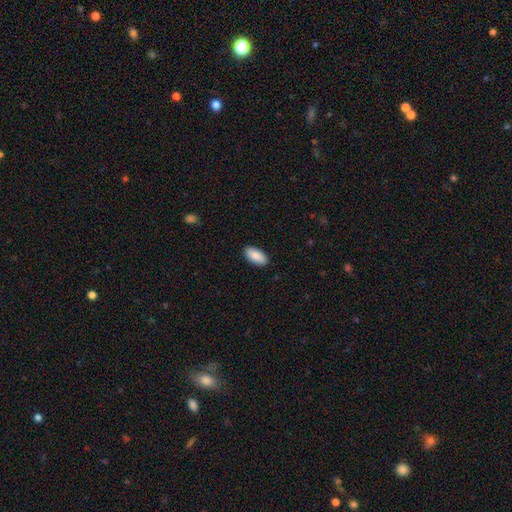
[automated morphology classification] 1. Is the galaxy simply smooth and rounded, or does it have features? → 88% smooth, 6% featured or disk, 6% star or artifact.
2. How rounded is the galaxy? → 92% in between, 6% cigar-shaped, 2% round.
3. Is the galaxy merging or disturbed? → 90% none, 7% minor disturbance, 2% major disturbance, 1% merger.